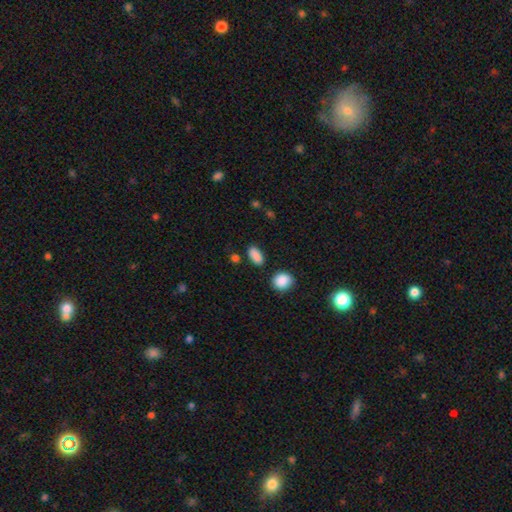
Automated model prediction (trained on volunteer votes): This appears to be a smooth galaxy with no disk features (88%) that is in between round and cigar-shaped (88%). Merging: none (83%).